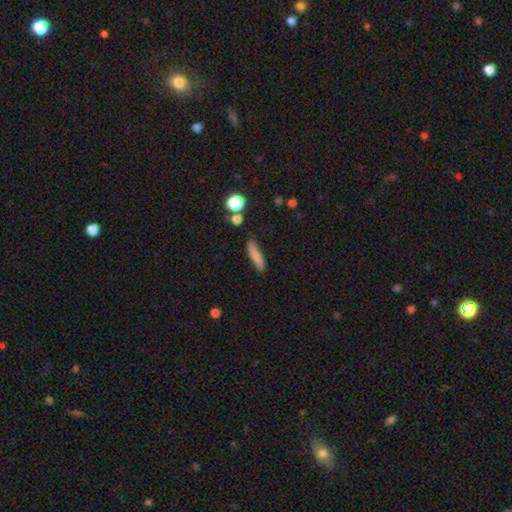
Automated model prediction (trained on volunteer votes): Smooth or featured? smooth (77%)
How rounded? cigar-shaped (82%)
Merging? none (75%)